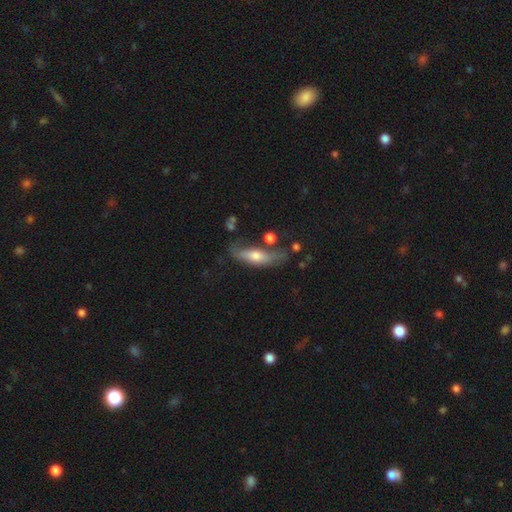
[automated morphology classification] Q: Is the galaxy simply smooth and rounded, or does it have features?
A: smooth — 48%.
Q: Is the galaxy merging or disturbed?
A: none — 55%.